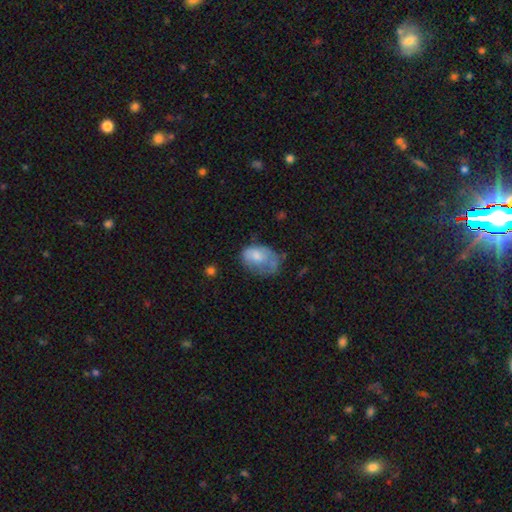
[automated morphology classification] smooth 63%, featured or disk 28%, star or artifact 9%. Down the decision tree: how rounded — in between (82%); merging — minor disturbance (35%).